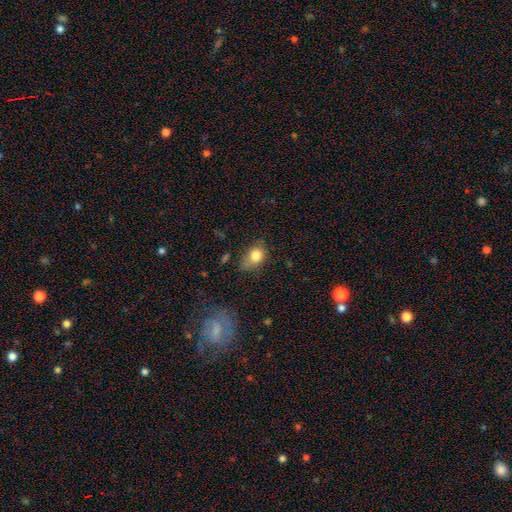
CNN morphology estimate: Q: Smooth or featured?
A: smooth (81%); runner-up: featured or disk (10%)
Q: How rounded?
A: in between (67%); runner-up: round (31%)
Q: Merging?
A: none (57%); runner-up: minor disturbance (31%)